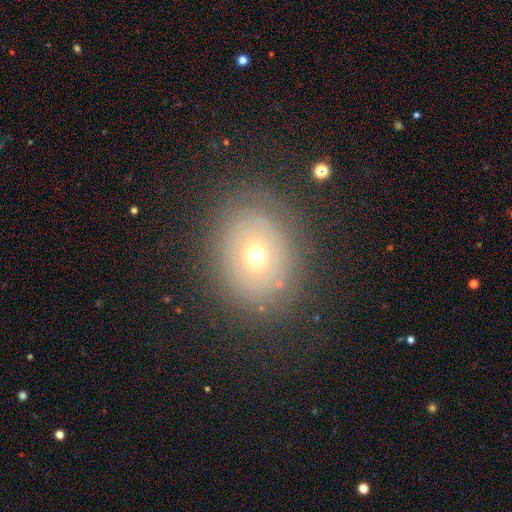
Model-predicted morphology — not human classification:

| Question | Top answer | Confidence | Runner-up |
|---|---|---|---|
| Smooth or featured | featured or disk | 47% | smooth (42%) |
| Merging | none | 77% | minor disturbance (14%) |